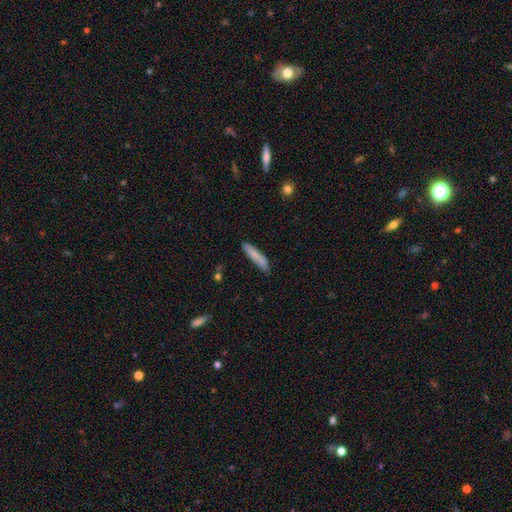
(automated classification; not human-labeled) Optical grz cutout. It shows a smooth galaxy with no disk features (77%) that is cigar-shaped (87%). Merging: none (80%).